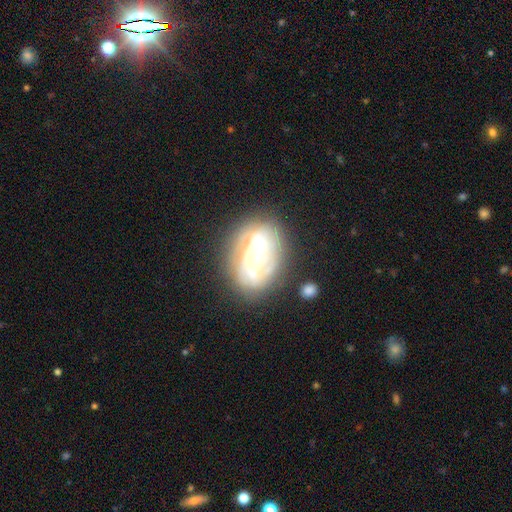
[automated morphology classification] Smooth or featured? Predicted: featured or disk (p=0.81). Edge-on disk? Predicted: no (p=0.94). Bar? Predicted: strong (p=0.49). Spiral arms? Predicted: yes (p=0.87). Spiral winding? Predicted: tight (p=0.49). Spiral arm count? Predicted: 2 (p=0.59). Bulge size? Predicted: moderate (p=0.61). Merging? Predicted: none (p=0.74).